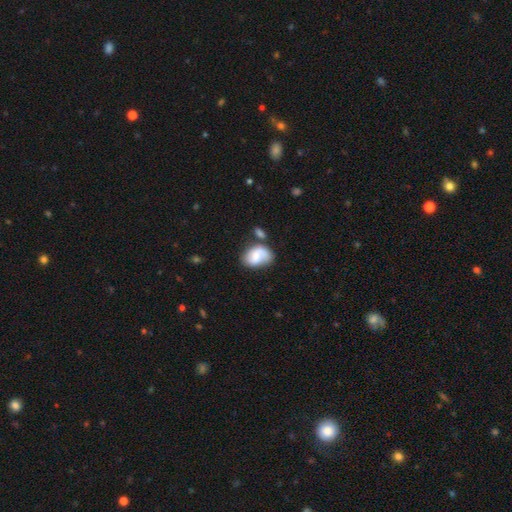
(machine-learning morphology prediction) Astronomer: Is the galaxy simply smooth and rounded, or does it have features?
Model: smooth — 53% (runner-up: featured or disk, 39%).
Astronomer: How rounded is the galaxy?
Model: in between — 77%.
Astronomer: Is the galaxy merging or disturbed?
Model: none — 49% (runner-up: minor disturbance, 26%).